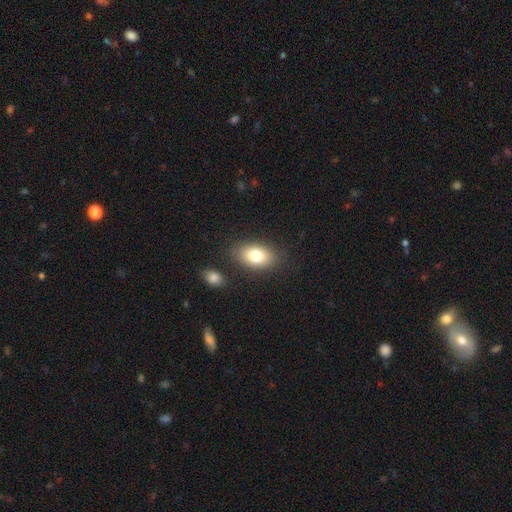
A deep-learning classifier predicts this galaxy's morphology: smooth_or_featured: smooth (p=0.80) [alt: featured or disk p=0.12]
how_rounded: in between (p=0.88) [alt: round p=0.10]
merging: none (p=0.81) [alt: minor disturbance p=0.11]